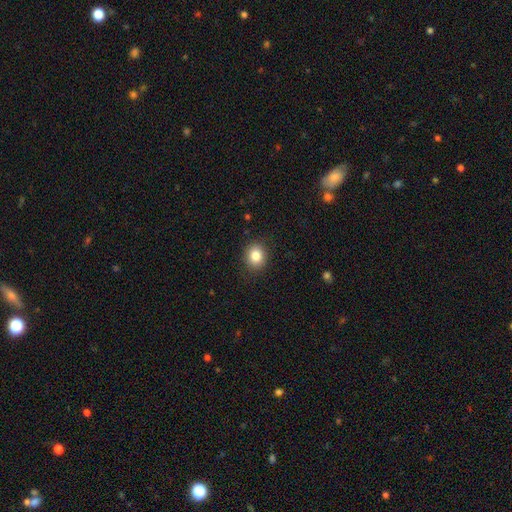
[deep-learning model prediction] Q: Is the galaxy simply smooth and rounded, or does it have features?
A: smooth — 84%.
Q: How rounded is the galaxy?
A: round — 68%.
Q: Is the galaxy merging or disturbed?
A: none — 88%.